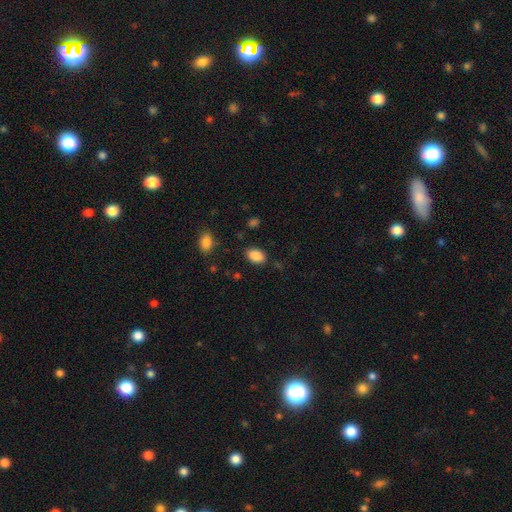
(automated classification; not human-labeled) Smooth or featured: smooth — 88% (star or artifact — 8%)
How rounded: in between — 86% (round — 13%)
Merging: none — 84% (minor disturbance — 11%)